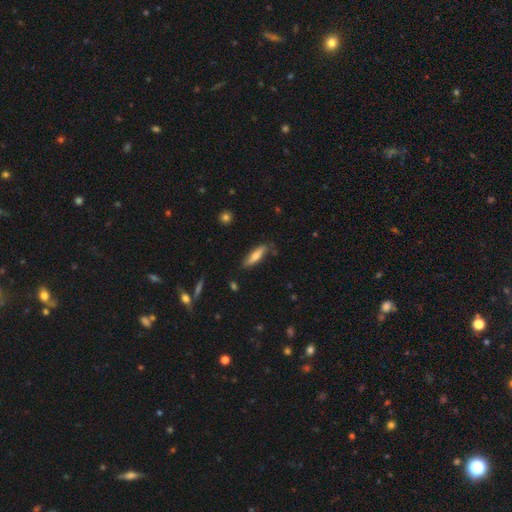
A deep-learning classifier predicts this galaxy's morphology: smooth_or_featured: smooth (p=0.63) [alt: featured or disk p=0.31]
how_rounded: cigar-shaped (p=0.67) [alt: in between p=0.31]
merging: none (p=0.75) [alt: minor disturbance p=0.19]